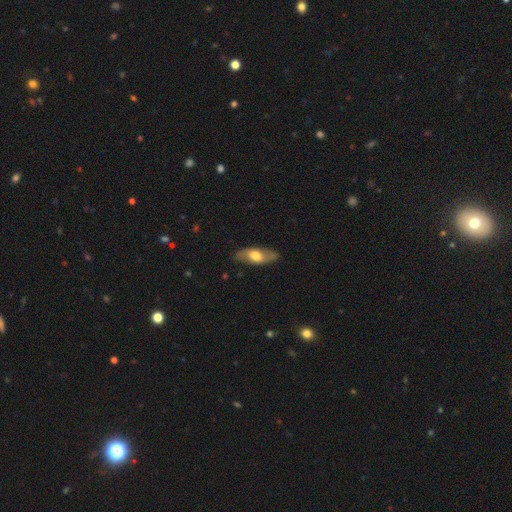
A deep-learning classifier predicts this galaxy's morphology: A featured or disk galaxy (47%, tied with smooth). Merging: none (83%).